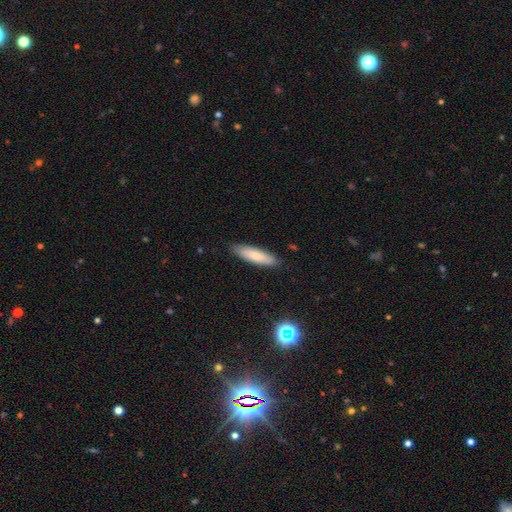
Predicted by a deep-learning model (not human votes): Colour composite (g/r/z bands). It shows a smooth galaxy with no disk features (77%) that is cigar-shaped (72%). Merging: none (86%).